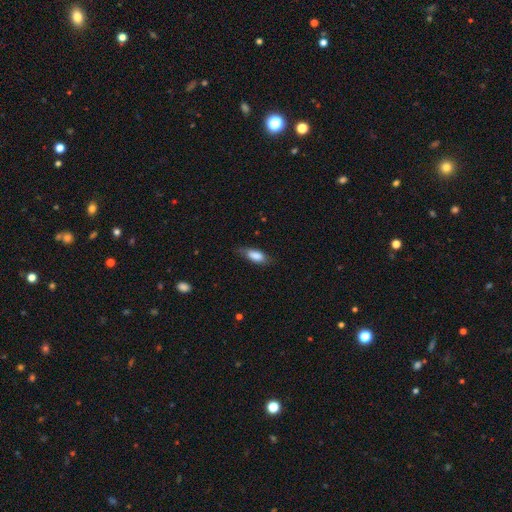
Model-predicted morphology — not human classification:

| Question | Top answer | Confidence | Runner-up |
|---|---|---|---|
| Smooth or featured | smooth | 80% | featured or disk (13%) |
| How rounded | in between | 75% | cigar-shaped (23%) |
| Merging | none | 68% | minor disturbance (24%) |